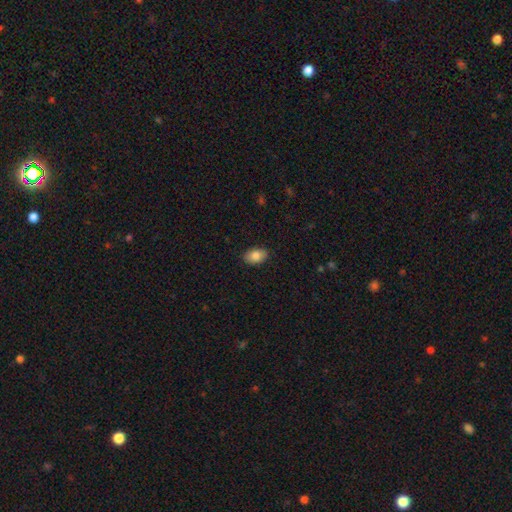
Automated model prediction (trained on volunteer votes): Q: Smooth or featured?
A: smooth (84%); runner-up: featured or disk (9%)
Q: How rounded?
A: in between (88%); runner-up: round (11%)
Q: Merging?
A: none (87%); runner-up: minor disturbance (10%)